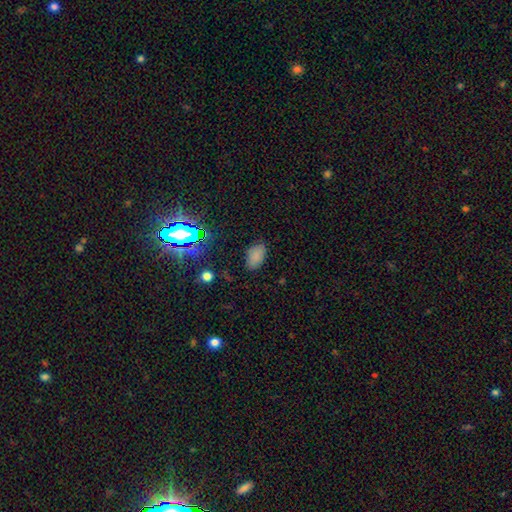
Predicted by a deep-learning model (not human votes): The model was most divided on "smooth or featured": smooth: 78%, star or artifact: 16%, featured or disk: 6%. More confident: how rounded — in between (91%); merging — none (80%).